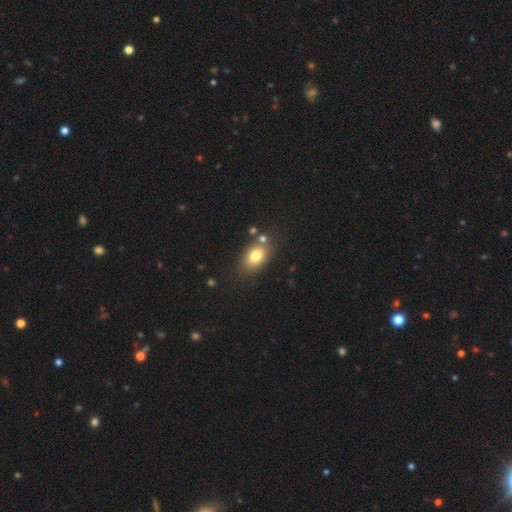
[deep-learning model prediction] Q: Smooth or featured?
A: smooth (77%); runner-up: featured or disk (13%)
Q: How rounded?
A: in between (79%); runner-up: round (19%)
Q: Merging?
A: none (70%); runner-up: minor disturbance (14%)